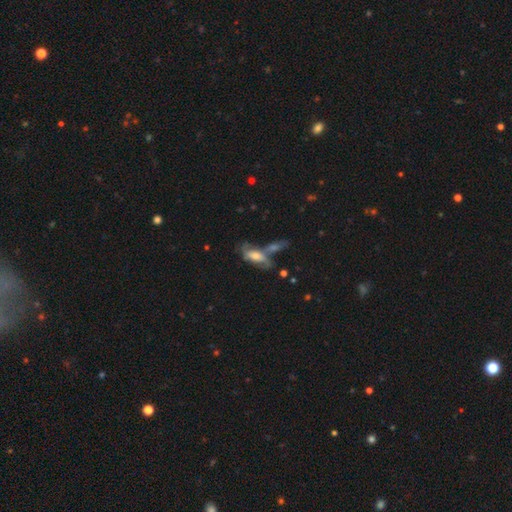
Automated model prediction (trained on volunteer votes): Overall: featured or disk (47%; smooth 44%). Merging: merger (44%; none 28%).